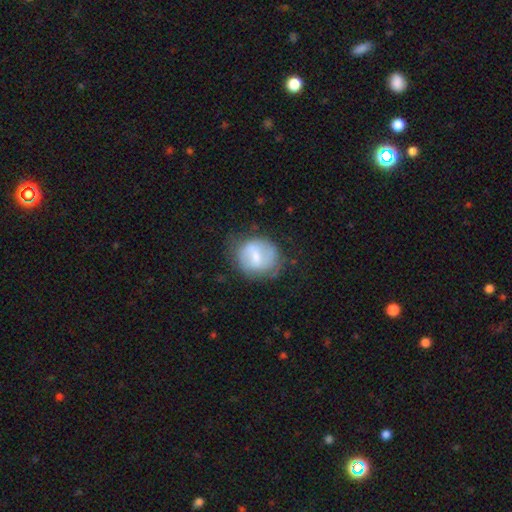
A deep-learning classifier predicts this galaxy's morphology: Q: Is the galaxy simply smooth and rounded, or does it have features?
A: smooth — 49%.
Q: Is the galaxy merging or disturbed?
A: none — 61%.